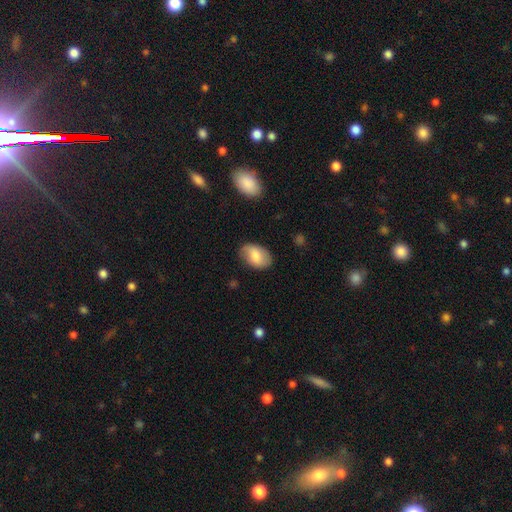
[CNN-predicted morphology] Q: Smooth or featured?
A: smooth (72%); runner-up: featured or disk (21%)
Q: How rounded?
A: in between (89%); runner-up: round (10%)
Q: Merging?
A: none (75%); runner-up: minor disturbance (19%)